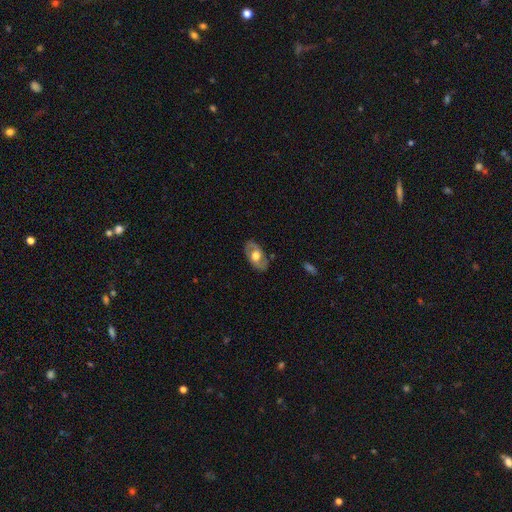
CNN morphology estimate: featured or disk 60%, smooth 34%, star or artifact 6%. Down the decision tree: edge-on disk — no (90%); bar — no (71%); spiral arms — yes (51%); bulge size — moderate (58%); merging — none (81%).